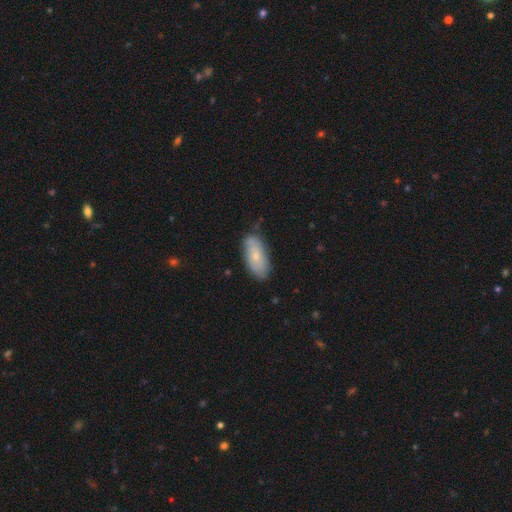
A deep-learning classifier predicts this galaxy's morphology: Q: Smooth or featured?
A: smooth (62%); runner-up: featured or disk (31%)
Q: How rounded?
A: in between (88%); runner-up: cigar-shaped (9%)
Q: Merging?
A: none (76%); runner-up: minor disturbance (19%)